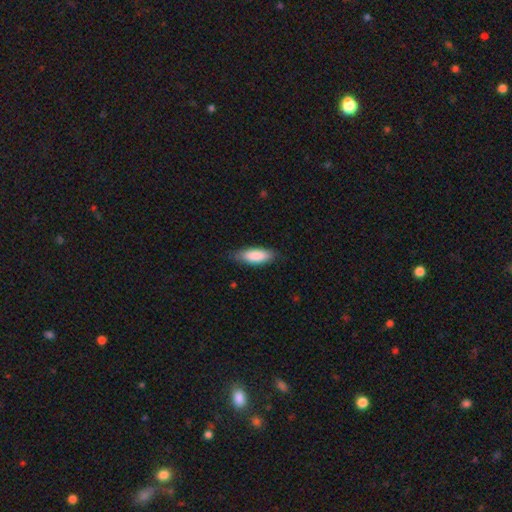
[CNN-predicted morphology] smooth 86%, featured or disk 8%, star or artifact 6%. Down the decision tree: how rounded — in between (72%); merging — none (77%).